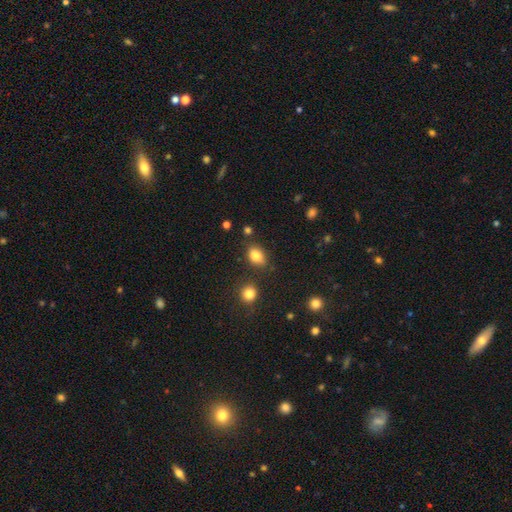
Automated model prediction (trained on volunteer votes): Smooth or featured: smooth — 84% (star or artifact — 9%)
How rounded: in between — 79% (round — 20%)
Merging: none — 78% (minor disturbance — 14%)